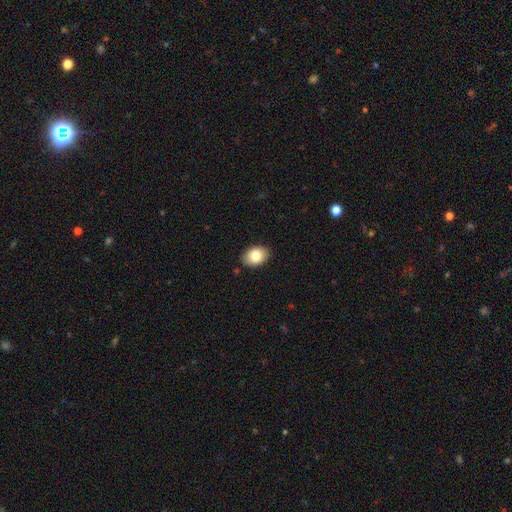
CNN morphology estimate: Q: Smooth or featured?
A: smooth (82%); runner-up: featured or disk (10%)
Q: How rounded?
A: in between (78%); runner-up: round (21%)
Q: Merging?
A: none (87%); runner-up: minor disturbance (10%)